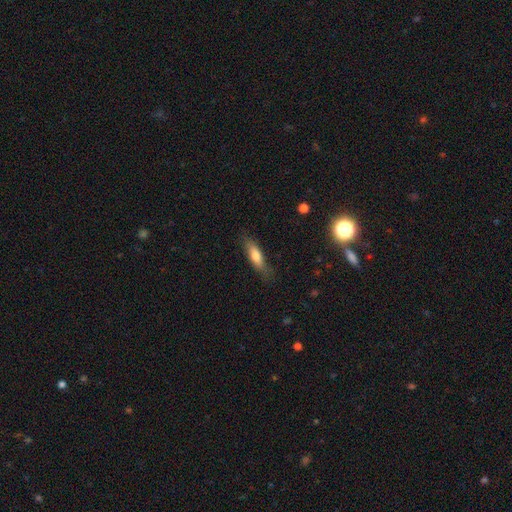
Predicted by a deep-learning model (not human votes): This appears to be a smooth galaxy with no disk features (71%) that is cigar-shaped (56%). Merging: none (76%).